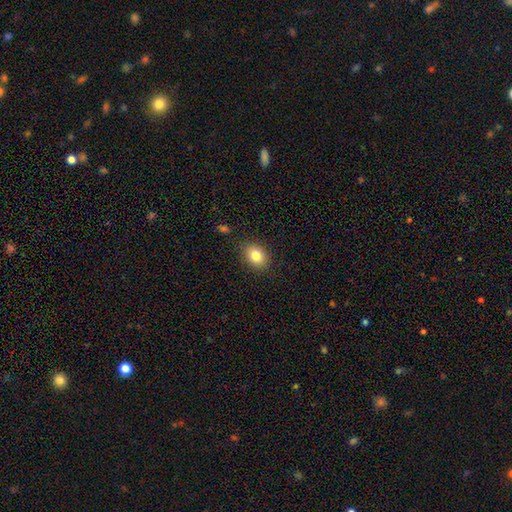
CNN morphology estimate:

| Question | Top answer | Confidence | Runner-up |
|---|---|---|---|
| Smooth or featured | smooth | 83% | star or artifact (9%) |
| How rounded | in between | 62% | round (37%) |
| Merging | none | 86% | minor disturbance (10%) |